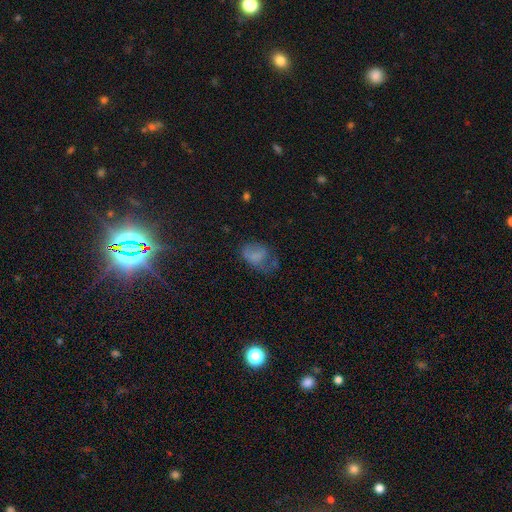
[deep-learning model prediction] Smooth or featured? Predicted: smooth (p=0.62). How rounded? Predicted: in between (p=0.80). Merging? Predicted: none (p=0.37).